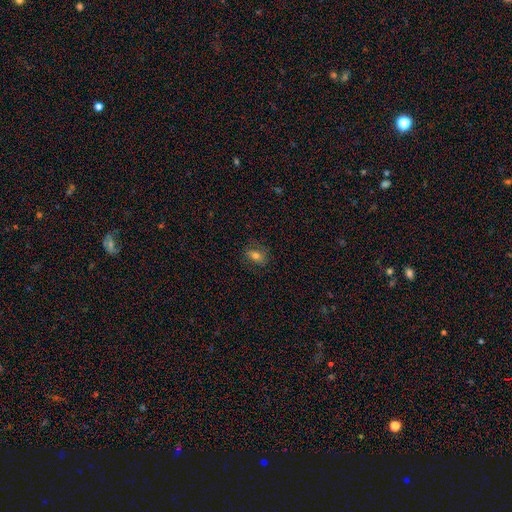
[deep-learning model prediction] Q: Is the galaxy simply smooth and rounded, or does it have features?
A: smooth — 70%.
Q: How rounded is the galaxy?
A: in between — 74%.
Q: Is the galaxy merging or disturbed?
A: none — 79%.